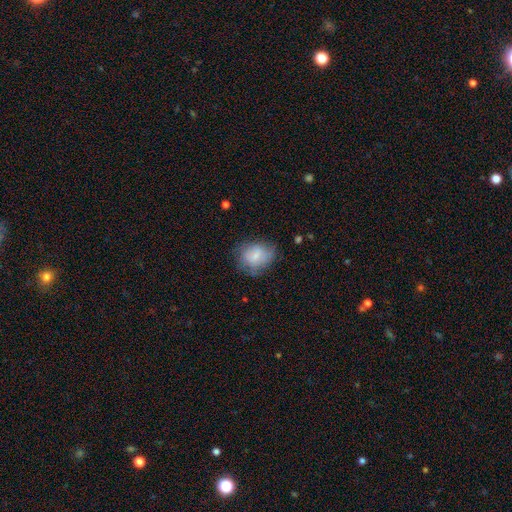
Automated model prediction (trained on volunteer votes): A smooth galaxy with no disk features (74%) that is in between round and cigar-shaped (50%).

Vote fractions:
- Smooth or featured? smooth: 74% / featured or disk: 18% / star or artifact: 8%
- How rounded? in between: 50% / round: 49% / cigar-shaped: 1%
- Merging? none: 62% / minor disturbance: 26% / major disturbance: 10% / merger: 2%